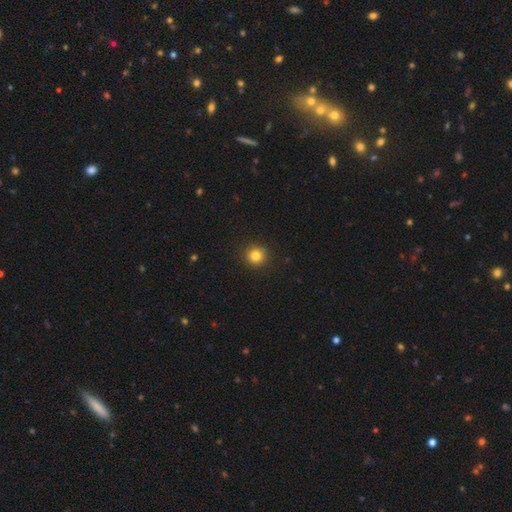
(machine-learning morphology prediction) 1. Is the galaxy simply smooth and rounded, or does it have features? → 82% smooth, 12% star or artifact, 6% featured or disk.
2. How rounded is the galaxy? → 93% round, 6% in between, 1% cigar-shaped.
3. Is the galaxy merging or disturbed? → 91% none, 6% minor disturbance, 2% major disturbance, 1% merger.